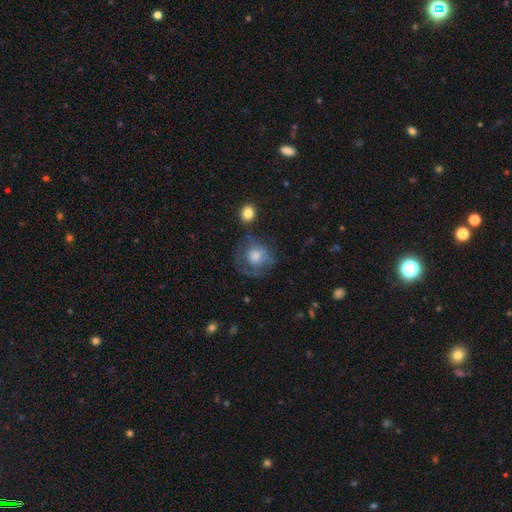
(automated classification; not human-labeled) Smooth or featured? smooth (52%)
How rounded? round (82%)
Merging? none (53%)